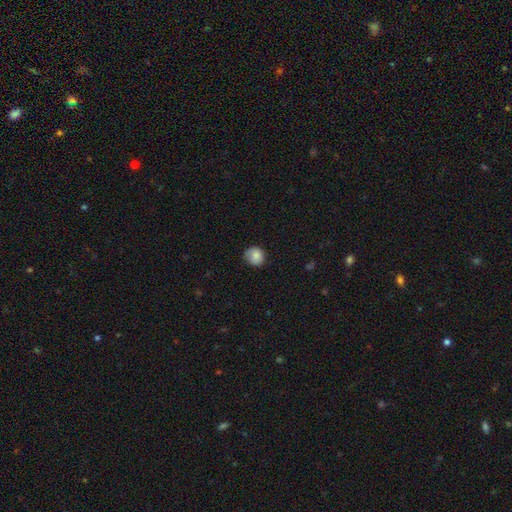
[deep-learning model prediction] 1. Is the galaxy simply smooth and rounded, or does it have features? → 85% smooth, 8% star or artifact, 7% featured or disk.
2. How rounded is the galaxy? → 83% round, 16% in between, 1% cigar-shaped.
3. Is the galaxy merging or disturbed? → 70% none, 24% minor disturbance, 5% major disturbance, 1% merger.